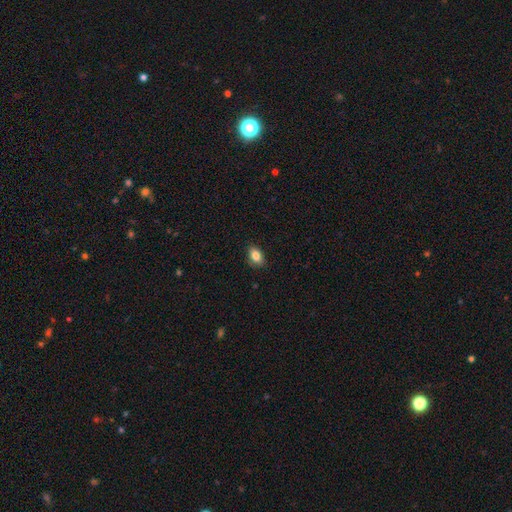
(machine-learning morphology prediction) type=smooth (85%); roundness=in between (86%); merging=none (84%).